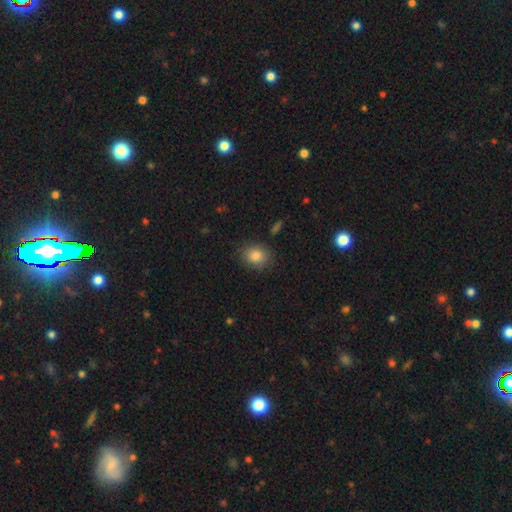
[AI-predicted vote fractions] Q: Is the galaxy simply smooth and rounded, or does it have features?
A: smooth — 86%.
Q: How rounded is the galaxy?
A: round — 53%.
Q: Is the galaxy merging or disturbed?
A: none — 84%.